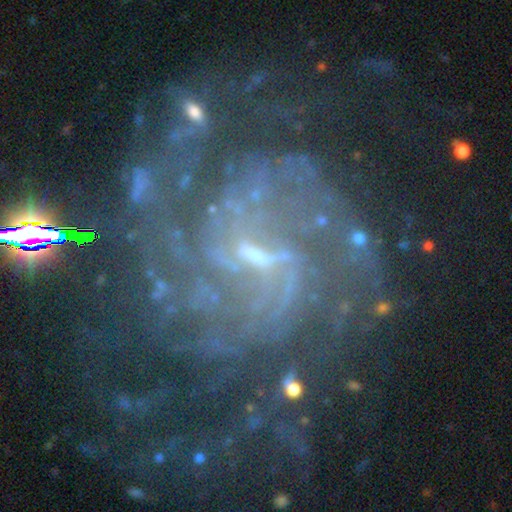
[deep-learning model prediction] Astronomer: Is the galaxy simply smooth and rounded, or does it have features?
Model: featured or disk — 86%.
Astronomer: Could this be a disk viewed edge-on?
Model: no — 98%.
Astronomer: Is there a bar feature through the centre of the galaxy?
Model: weak — 48% (runner-up: no, 36%).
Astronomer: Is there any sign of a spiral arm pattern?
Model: yes — 97%.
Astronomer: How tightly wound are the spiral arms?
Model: tight — 55% (runner-up: medium, 37%).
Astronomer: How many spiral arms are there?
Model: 2 — 28% (runner-up: can't tell, 25%).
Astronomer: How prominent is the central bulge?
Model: small — 78%.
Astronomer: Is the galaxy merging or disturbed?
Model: none — 73%.